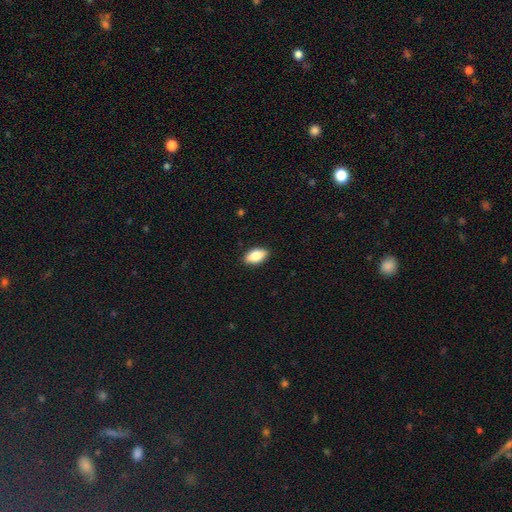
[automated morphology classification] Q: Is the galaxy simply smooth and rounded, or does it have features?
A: smooth — 83%.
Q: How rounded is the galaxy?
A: in between — 91%.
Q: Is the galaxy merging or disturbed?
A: none — 89%.